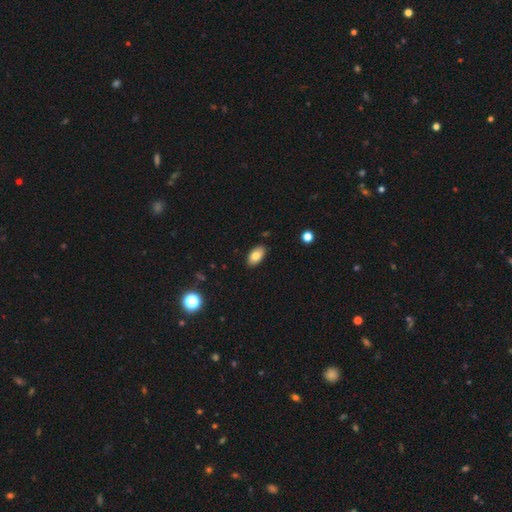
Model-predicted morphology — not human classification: Smooth or featured? smooth (80%)
How rounded? in between (94%)
Merging? none (87%)